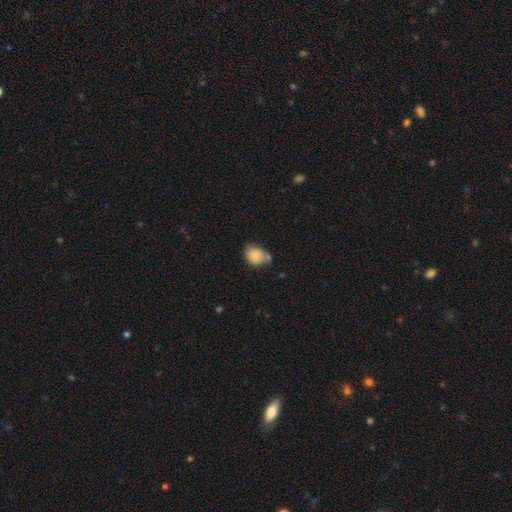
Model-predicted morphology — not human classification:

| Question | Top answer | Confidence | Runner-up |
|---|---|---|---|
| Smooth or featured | smooth | 82% | featured or disk (10%) |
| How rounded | in between | 52% | round (47%) |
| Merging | none | 46% | minor disturbance (33%) |